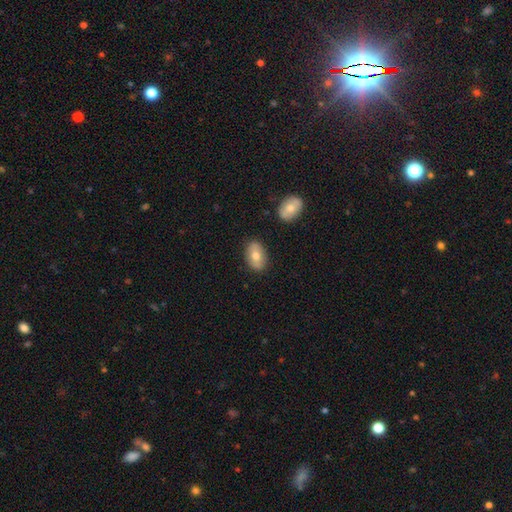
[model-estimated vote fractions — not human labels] smooth_or_featured: smooth (p=0.70) [alt: featured or disk p=0.24]
how_rounded: in between (p=0.90) [alt: round p=0.08]
merging: none (p=0.84) [alt: minor disturbance p=0.11]